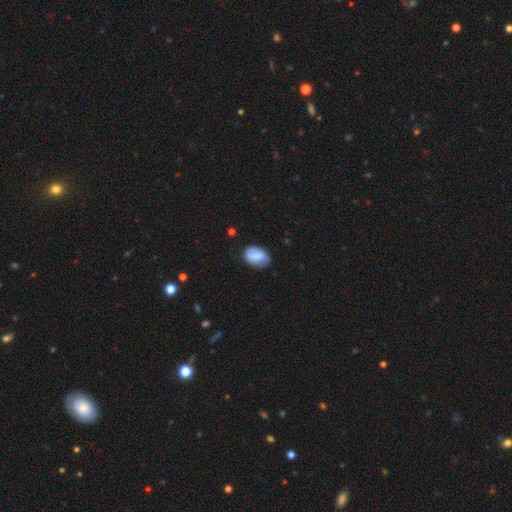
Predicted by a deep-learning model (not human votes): Smooth or featured? Predicted: smooth (p=0.71). How rounded? Predicted: in between (p=0.86). Merging? Predicted: none (p=0.66).